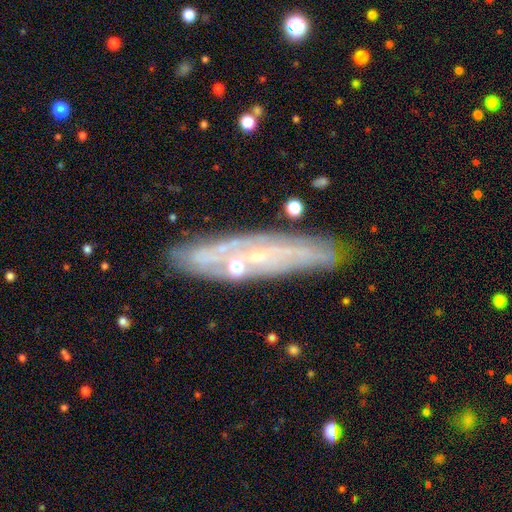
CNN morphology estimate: This is likely a featured or disk galaxy (70%). It is possibly not viewed edge-on (55%). Merging: likely none (79%).